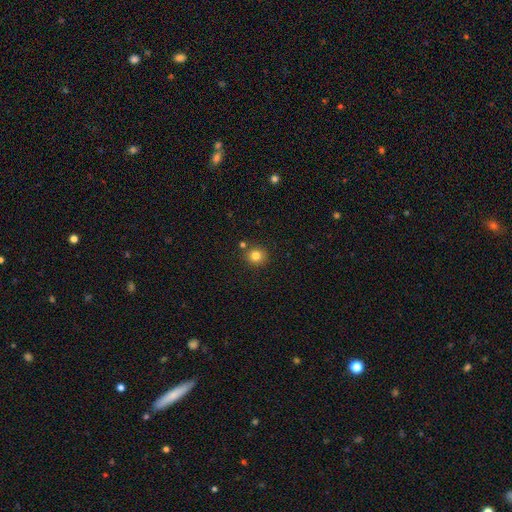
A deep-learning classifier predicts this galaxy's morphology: A smooth galaxy with no disk features (82%) that is round (89%). Merging: none (82%).